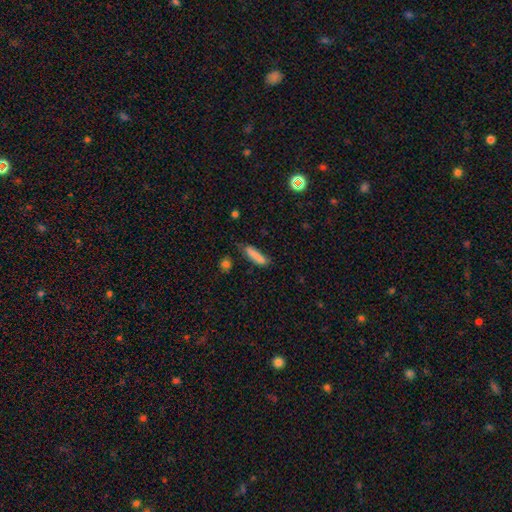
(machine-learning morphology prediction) A smooth galaxy with no disk features (84%) that is cigar-shaped (74%).

Vote fractions:
- Smooth or featured? smooth: 84% / featured or disk: 9% / star or artifact: 8%
- How rounded? cigar-shaped: 74% / in between: 24% / round: 2%
- Merging? none: 64% / minor disturbance: 26% / major disturbance: 6% / merger: 4%